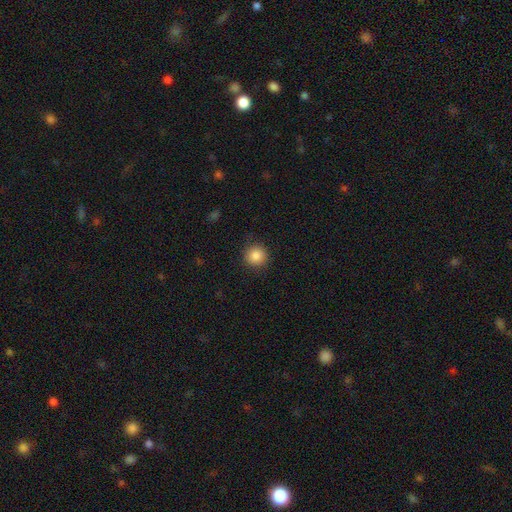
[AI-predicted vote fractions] Morphology: type=smooth (87%); roundness=round (94%); merging=none (89%).